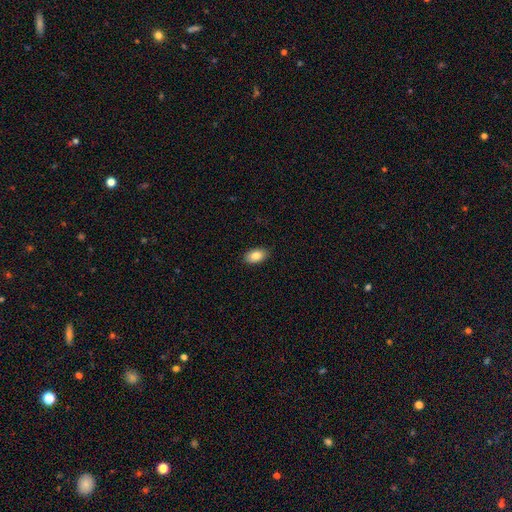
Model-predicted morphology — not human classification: Smooth or featured?
  - smooth: 85% *
  - featured or disk: 7%
  - star or artifact: 7%
How rounded?
  - in between: 93% *
  - round: 6%
  - cigar-shaped: 2%
Merging?
  - none: 88% *
  - minor disturbance: 9%
  - major disturbance: 2%
  - merger: 1%